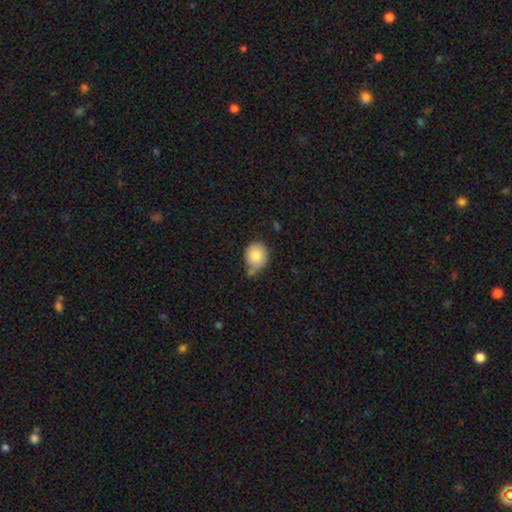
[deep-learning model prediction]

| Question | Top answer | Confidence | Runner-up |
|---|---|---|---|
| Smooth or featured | smooth | 83% | featured or disk (9%) |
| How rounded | round | 67% | in between (32%) |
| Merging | none | 54% | minor disturbance (26%) |